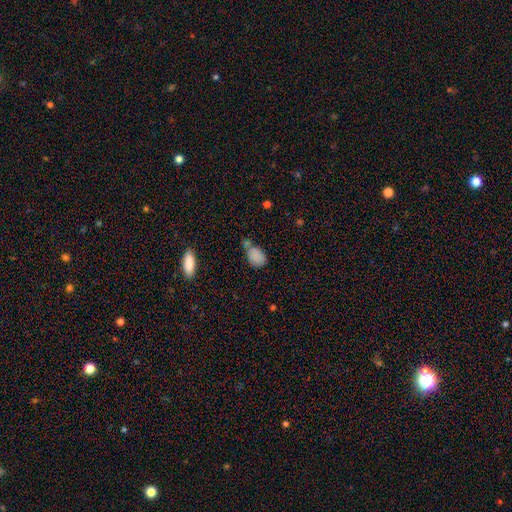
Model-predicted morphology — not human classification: Q: Smooth or featured?
A: smooth (83%); runner-up: star or artifact (10%)
Q: How rounded?
A: in between (78%); runner-up: round (20%)
Q: Merging?
A: none (48%); runner-up: minor disturbance (24%)